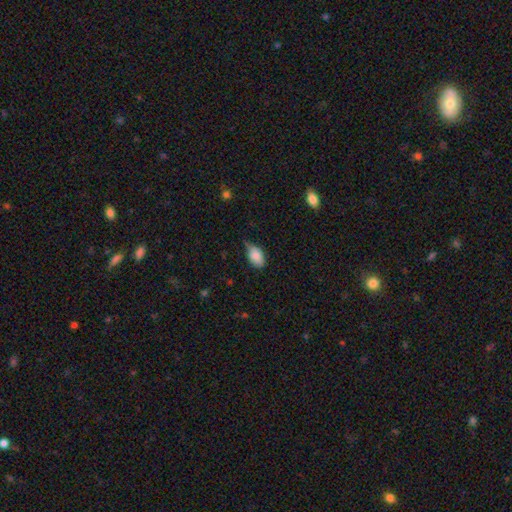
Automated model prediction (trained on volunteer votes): Morphology: type=smooth (85%); roundness=in between (91%); merging=none (56%).